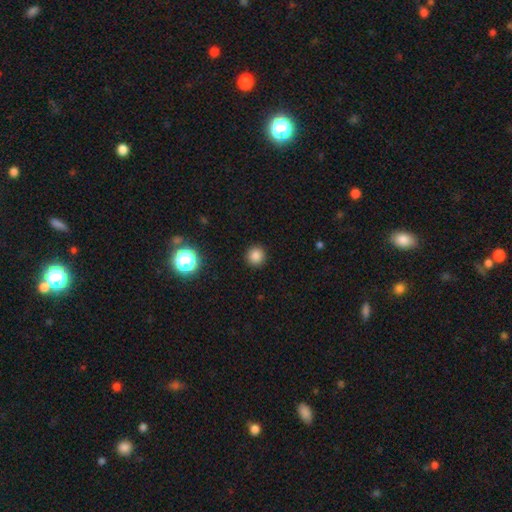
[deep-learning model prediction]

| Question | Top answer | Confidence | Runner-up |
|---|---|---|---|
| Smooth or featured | smooth | 83% | star or artifact (13%) |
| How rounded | round | 94% | in between (5%) |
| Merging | none | 92% | minor disturbance (5%) |